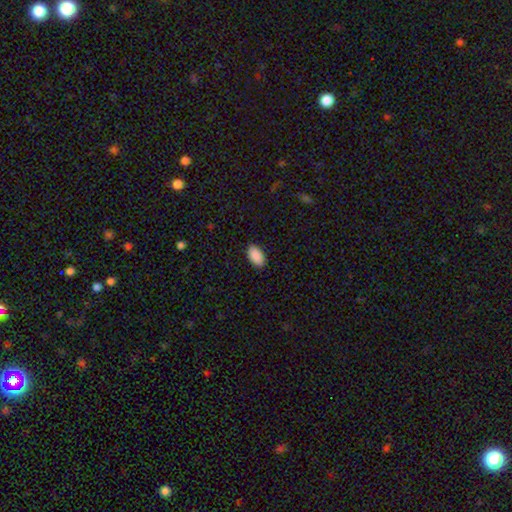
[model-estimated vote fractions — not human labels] Smooth or featured? smooth (91%)
How rounded? in between (95%)
Merging? none (89%)